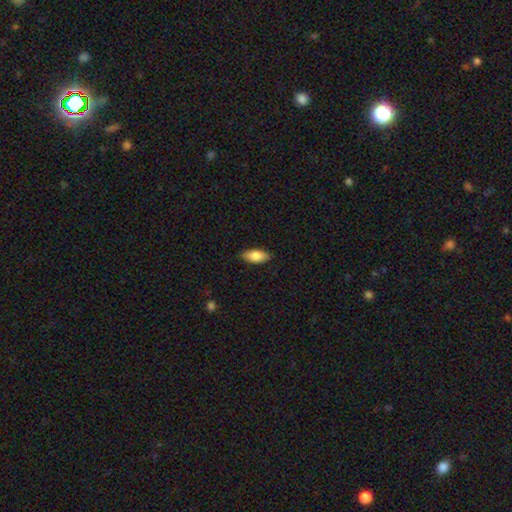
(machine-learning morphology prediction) smooth 83%, featured or disk 10%, star or artifact 6%. Down the decision tree: how rounded — in between (87%); merging — none (87%).